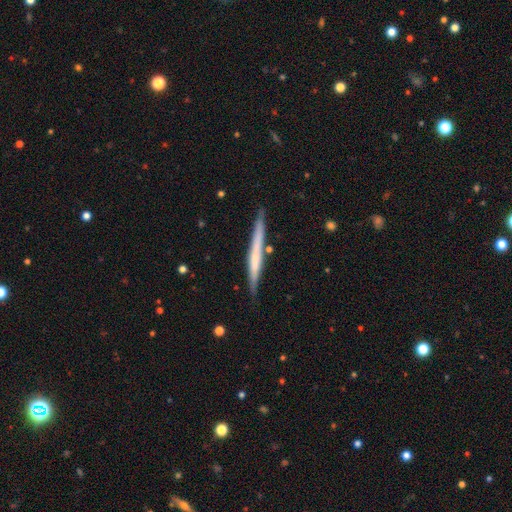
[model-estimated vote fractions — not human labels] Morphology: type=featured or disk (49%); merging=none (83%).